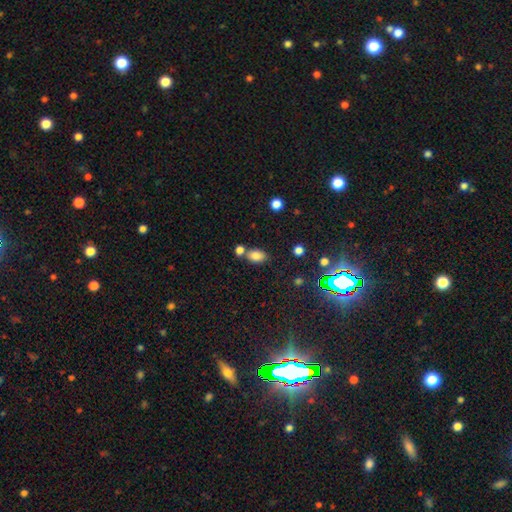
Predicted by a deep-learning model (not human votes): This appears to be a smooth galaxy with no disk features (81%) that is in between round and cigar-shaped (84%). Merging: none (57%).